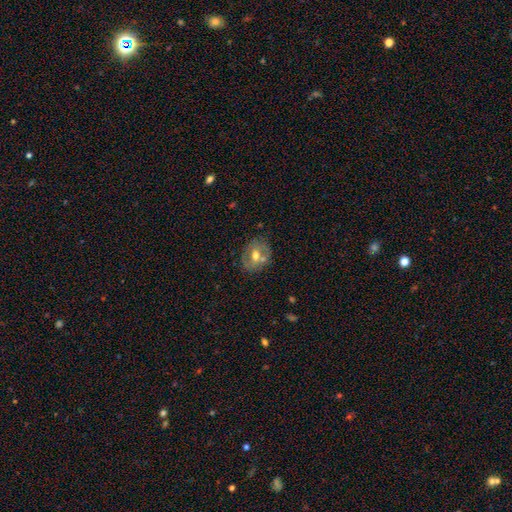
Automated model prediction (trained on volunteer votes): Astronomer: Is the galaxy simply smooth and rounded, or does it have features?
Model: featured or disk — 55% (runner-up: smooth, 37%).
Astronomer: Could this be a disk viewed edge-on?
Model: no — 94%.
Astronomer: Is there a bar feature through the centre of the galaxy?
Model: no — 40%, tied with weak at 40%.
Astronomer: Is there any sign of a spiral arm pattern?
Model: no — 58% (runner-up: yes, 42%).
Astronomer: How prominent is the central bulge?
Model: moderate — 75%.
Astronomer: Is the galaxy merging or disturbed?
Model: none — 68%.